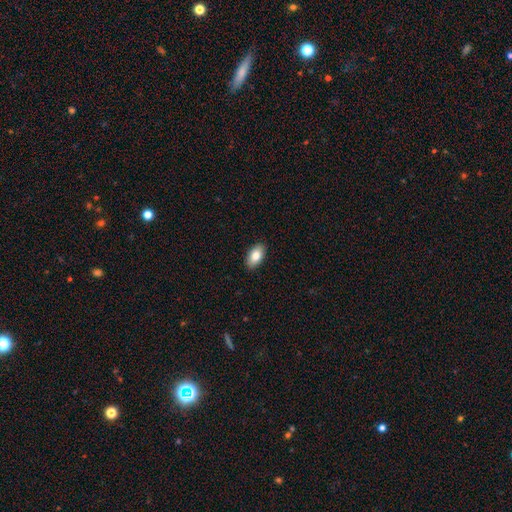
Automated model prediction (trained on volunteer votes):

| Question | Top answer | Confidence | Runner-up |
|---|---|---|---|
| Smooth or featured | smooth | 82% | featured or disk (11%) |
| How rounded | in between | 94% | round (4%) |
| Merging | none | 90% | minor disturbance (8%) |